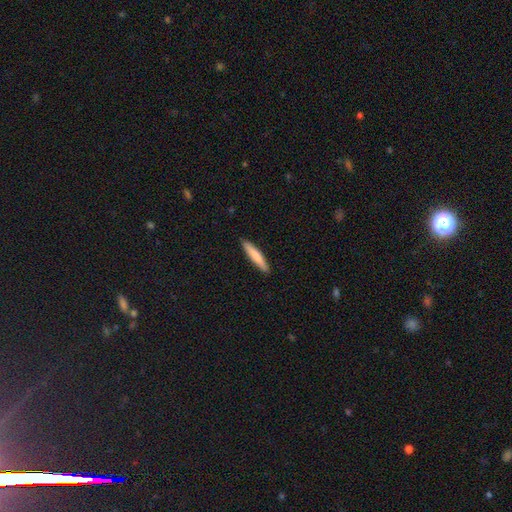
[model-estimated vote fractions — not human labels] Smooth or featured: smooth — 76% (featured or disk — 19%)
How rounded: cigar-shaped — 91% (in between — 8%)
Merging: none — 90% (minor disturbance — 7%)